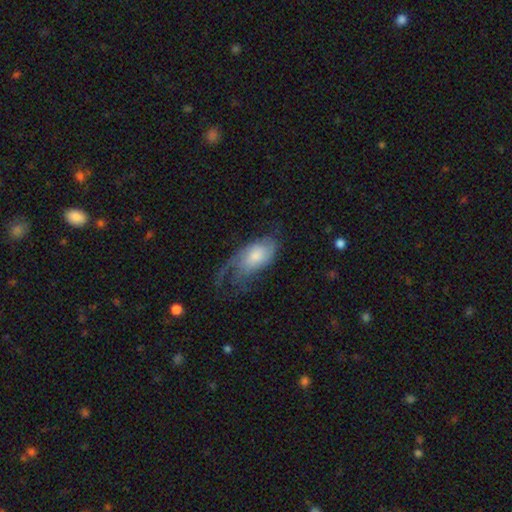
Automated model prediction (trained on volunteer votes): Smooth or featured? featured or disk (55%)
Edge-on disk? no (93%)
Bar? no (70%)
Spiral arms? yes (84%)
Bulge size? moderate (46%)
Merging? major disturbance (39%)